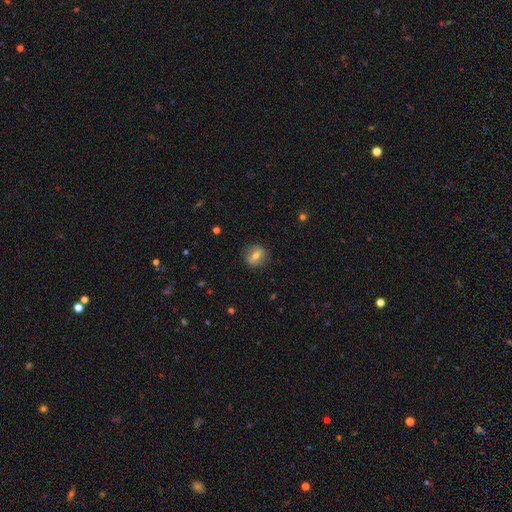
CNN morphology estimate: Overall: smooth (57%; featured or disk 34%). How rounded: round (71%). Merging: none (85%).